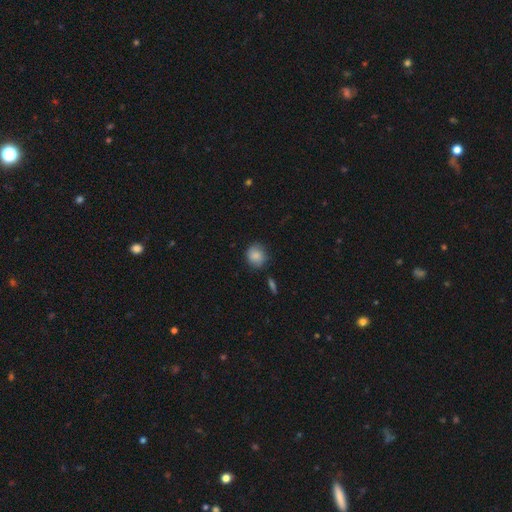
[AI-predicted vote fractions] Smooth or featured: smooth — 84% (featured or disk — 8%)
How rounded: round — 79% (in between — 20%)
Merging: none — 76% (minor disturbance — 18%)